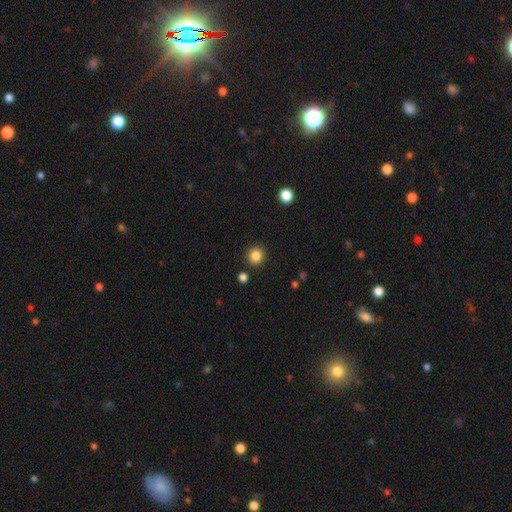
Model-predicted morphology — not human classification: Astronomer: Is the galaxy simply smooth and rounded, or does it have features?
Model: smooth — 85%.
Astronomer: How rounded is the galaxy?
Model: round — 88%.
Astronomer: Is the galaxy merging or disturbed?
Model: none — 88%.